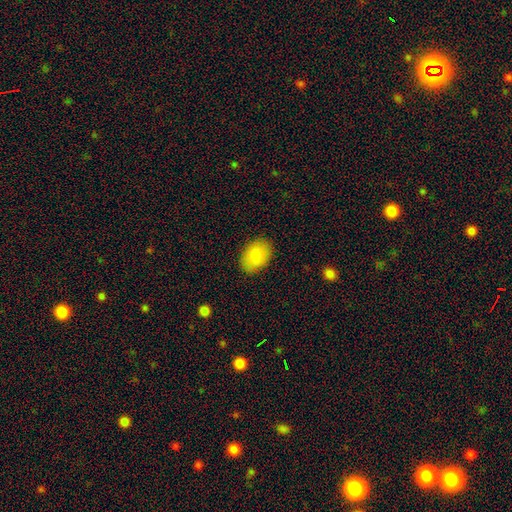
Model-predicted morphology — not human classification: This is clearly a smooth galaxy (85%). How rounded: clearly in between (85%). Merging: clearly none (87%).